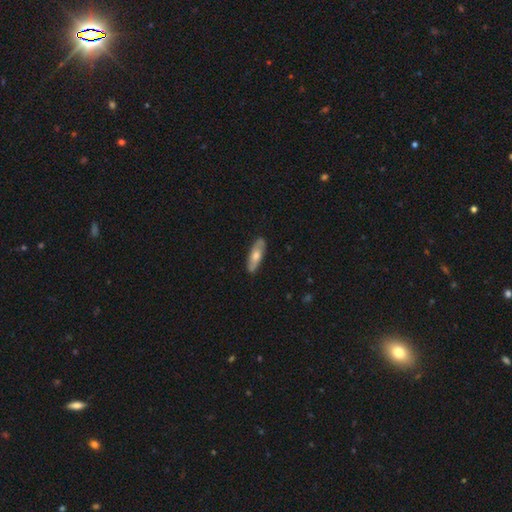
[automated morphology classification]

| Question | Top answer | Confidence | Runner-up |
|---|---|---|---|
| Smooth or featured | smooth | 57% | featured or disk (37%) |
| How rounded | cigar-shaped | 53% | in between (45%) |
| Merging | none | 87% | minor disturbance (10%) |